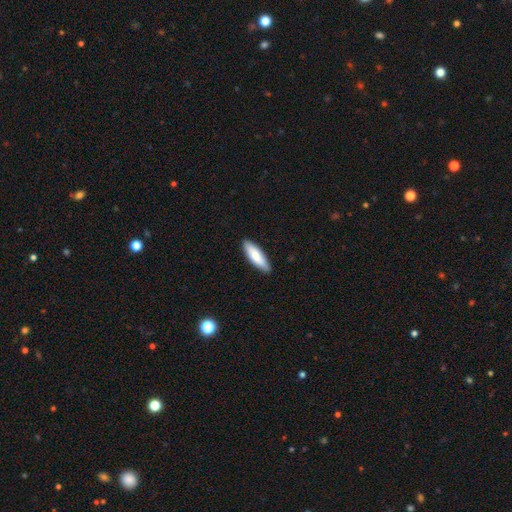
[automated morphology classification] Smooth or featured: smooth — 79% (featured or disk — 15%)
How rounded: cigar-shaped — 54% (in between — 44%)
Merging: none — 89% (minor disturbance — 9%)